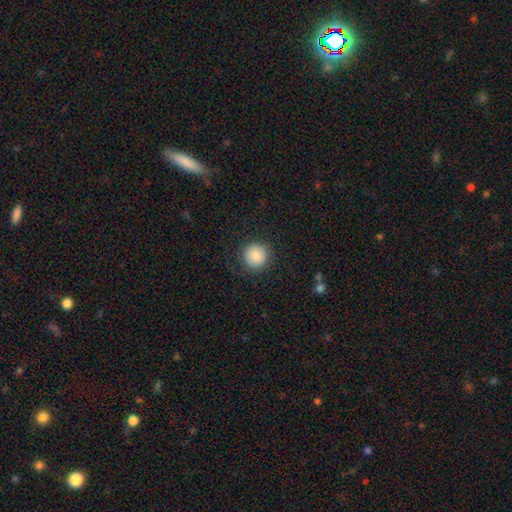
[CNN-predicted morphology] Smooth or featured? Predicted: smooth (p=0.86). How rounded? Predicted: round (p=0.95). Merging? Predicted: none (p=0.88).